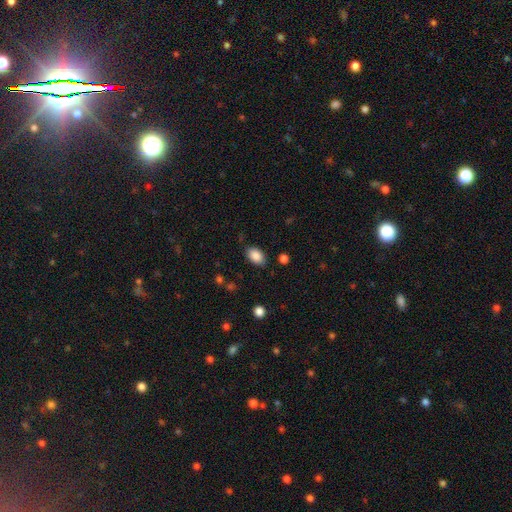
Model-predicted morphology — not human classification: A smooth galaxy with no disk features (88%) that is in between round and cigar-shaped (91%).

Vote fractions:
- Smooth or featured? smooth: 88% / star or artifact: 8% / featured or disk: 4%
- How rounded? in between: 91% / round: 8% / cigar-shaped: 1%
- Merging? none: 84% / minor disturbance: 11% / major disturbance: 3% / merger: 2%